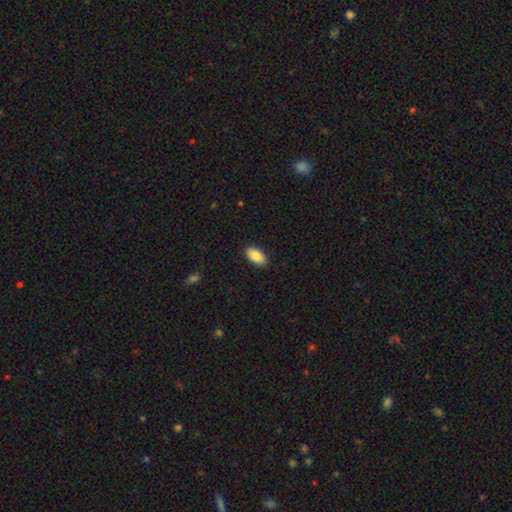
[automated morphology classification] Smooth or featured? Predicted: smooth (p=0.87). How rounded? Predicted: in between (p=0.95). Merging? Predicted: none (p=0.89).